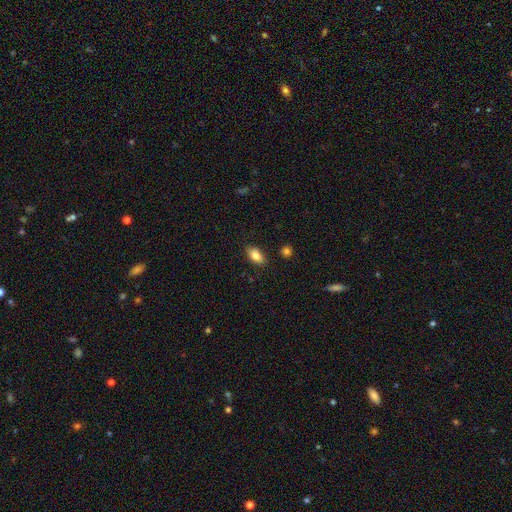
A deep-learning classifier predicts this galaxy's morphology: This appears to be a smooth galaxy with no disk features (83%) that is in between round and cigar-shaped (89%). Merging: none (85%).